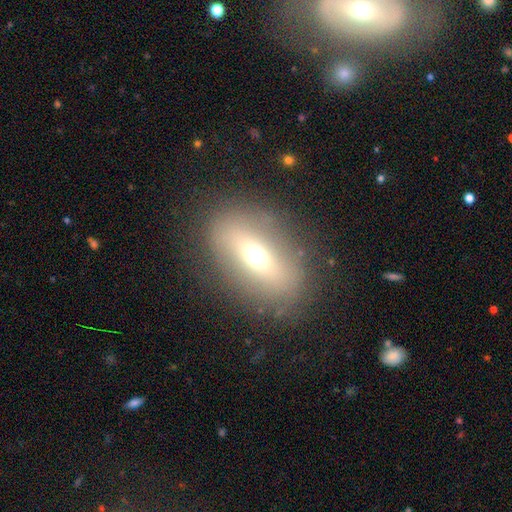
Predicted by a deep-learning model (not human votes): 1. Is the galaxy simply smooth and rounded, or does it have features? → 55% smooth, 33% featured or disk, 12% star or artifact.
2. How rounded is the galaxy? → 77% in between, 14% round, 9% cigar-shaped.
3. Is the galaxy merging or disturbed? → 82% none, 11% minor disturbance, 6% major disturbance, 2% merger.